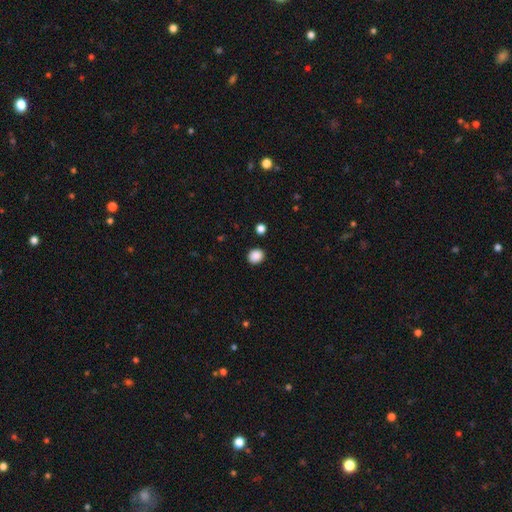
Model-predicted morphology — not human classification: smooth-or-featured: smooth: 88% | star or artifact: 9% | featured or disk: 3%
  how-rounded: round: 72% | in between: 28% | cigar-shaped: 1%
  merging: none: 89% | minor disturbance: 7% | major disturbance: 2% | merger: 2%